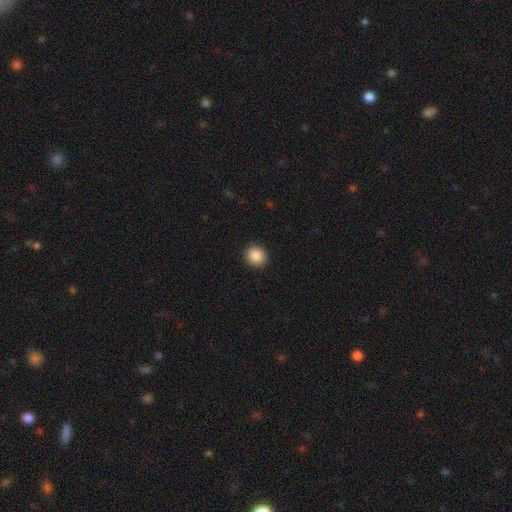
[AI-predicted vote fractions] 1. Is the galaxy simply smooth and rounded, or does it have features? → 88% smooth, 9% star or artifact, 3% featured or disk.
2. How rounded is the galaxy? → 87% round, 12% in between, 1% cigar-shaped.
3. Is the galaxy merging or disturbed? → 92% none, 5% minor disturbance, 2% major disturbance, 1% merger.